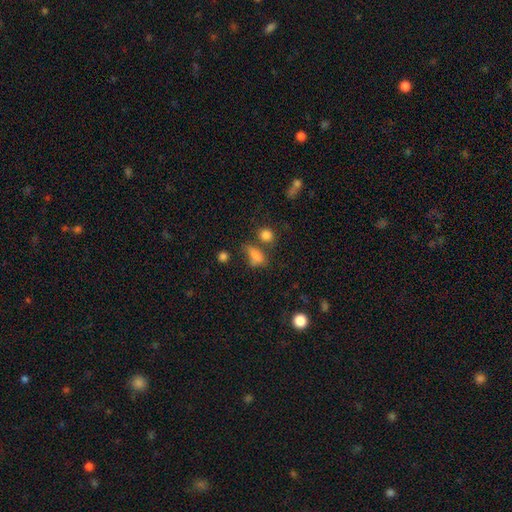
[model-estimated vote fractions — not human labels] Q: Smooth or featured?
A: smooth (74%); runner-up: star or artifact (15%)
Q: How rounded?
A: in between (73%); runner-up: round (16%)
Q: Merging?
A: none (42%); runner-up: minor disturbance (23%)